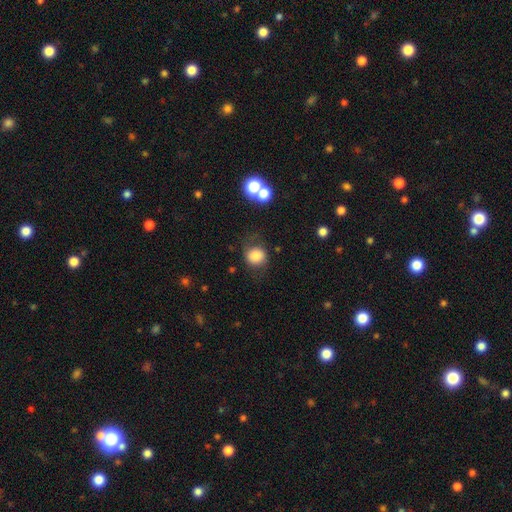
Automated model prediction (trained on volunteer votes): Smooth or featured?
  - smooth: 80% *
  - featured or disk: 10%
  - star or artifact: 10%
How rounded?
  - round: 78% *
  - in between: 21%
  - cigar-shaped: 1%
Merging?
  - none: 67% *
  - minor disturbance: 19%
  - major disturbance: 10%
  - merger: 4%